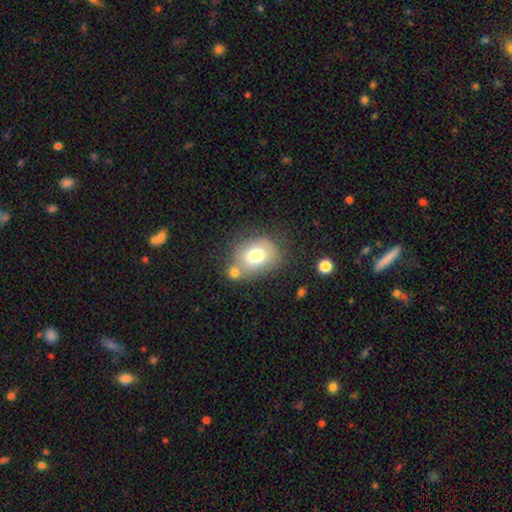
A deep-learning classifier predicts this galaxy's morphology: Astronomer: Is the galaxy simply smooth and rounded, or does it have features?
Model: smooth — 72%.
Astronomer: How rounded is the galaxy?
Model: in between — 54% (runner-up: round, 45%).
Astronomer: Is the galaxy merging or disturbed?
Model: none — 50%.